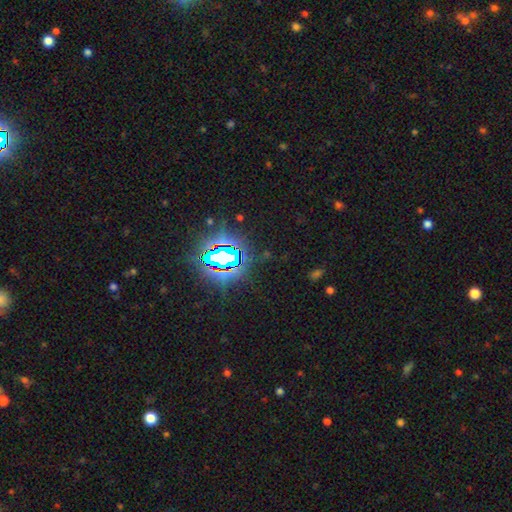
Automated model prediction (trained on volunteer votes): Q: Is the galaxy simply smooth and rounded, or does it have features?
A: star or artifact — 82%.